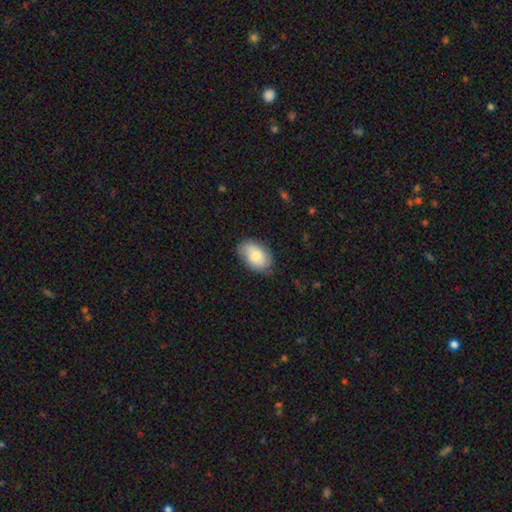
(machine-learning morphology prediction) smooth-or-featured: smooth: 76% | featured or disk: 17% | star or artifact: 6%
  how-rounded: in between: 91% | round: 8% | cigar-shaped: 1%
  merging: none: 75% | minor disturbance: 20% | major disturbance: 4% | merger: 1%